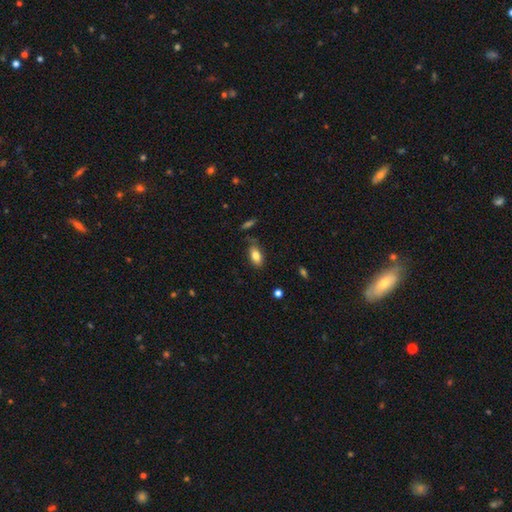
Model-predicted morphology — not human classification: Smooth or featured? Predicted: smooth (p=0.83). How rounded? Predicted: in between (p=0.90). Merging? Predicted: none (p=0.76).